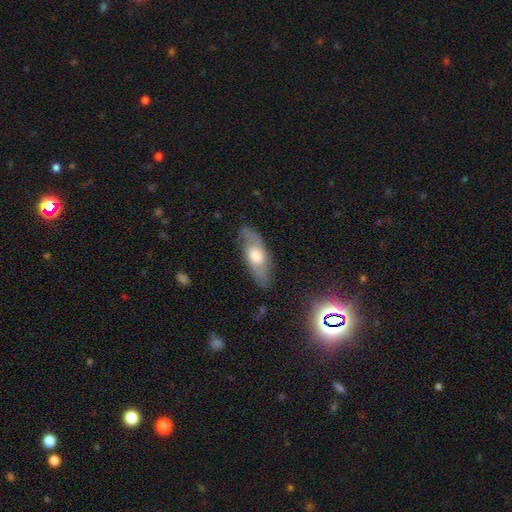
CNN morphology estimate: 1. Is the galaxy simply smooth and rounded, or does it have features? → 57% featured or disk, 36% smooth, 6% star or artifact.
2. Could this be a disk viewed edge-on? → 76% no, 24% yes.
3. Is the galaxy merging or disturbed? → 78% none, 16% minor disturbance, 5% major disturbance, 1% merger.